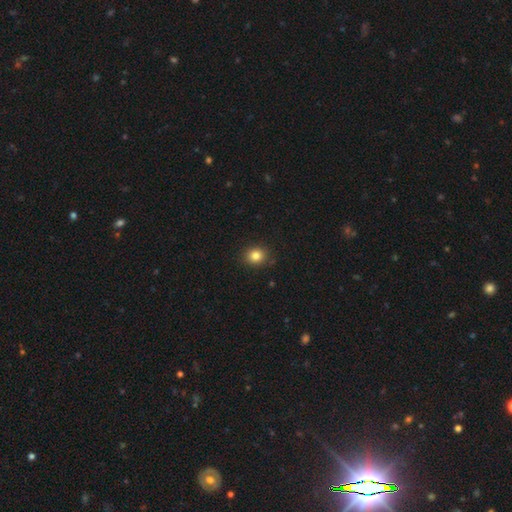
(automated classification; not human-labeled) The model was most divided on "how rounded": round: 72%, in between: 27%, cigar-shaped: 1%. More confident: merging — none (89%); smooth or featured — smooth (83%).